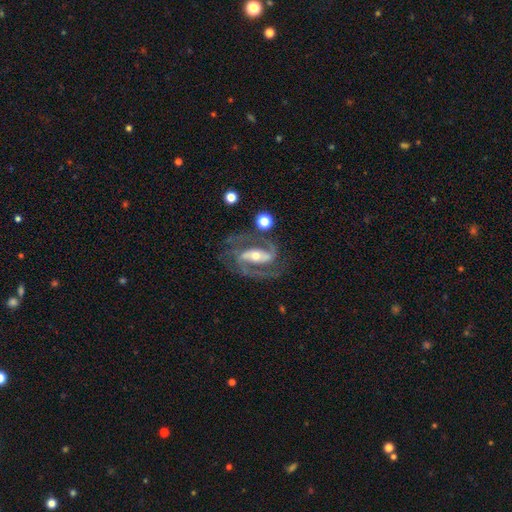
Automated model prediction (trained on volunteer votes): This is clearly a featured or disk galaxy (91%). It is clearly not viewed edge-on (96%). Bar: likely strong (60%). Spiral arm pattern: clearly yes (97%). Spiral arm count: clearly 2 (90%). Spiral winding: possibly medium (58%). Central bulge: possibly moderate (52%). Merging: likely none (71%).